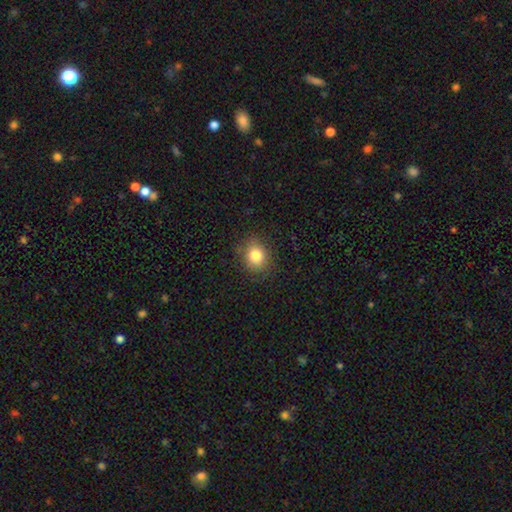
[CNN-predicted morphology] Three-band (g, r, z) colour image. It shows a smooth galaxy with no disk features (82%) that is round (64%). Merging: none (84%).